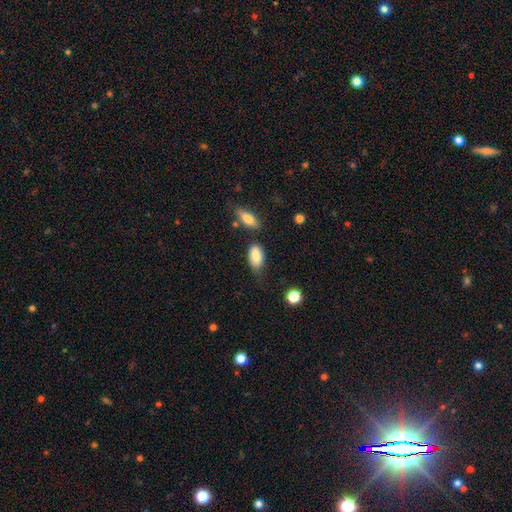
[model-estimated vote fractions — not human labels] This is clearly a smooth galaxy (86%). How rounded: clearly in between (92%). Merging: possibly none (58%).